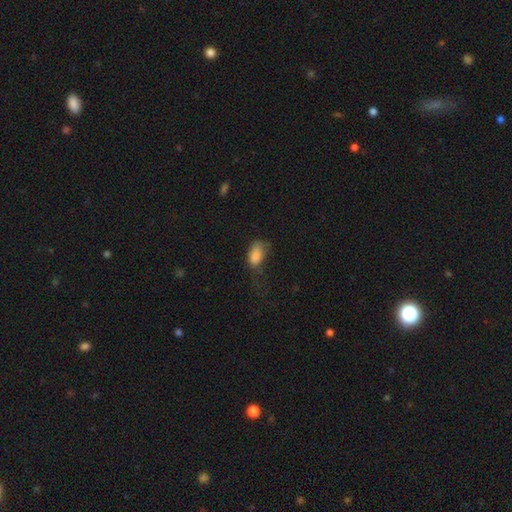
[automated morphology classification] This appears to be a smooth galaxy with no disk features (83%) that is in between round and cigar-shaped (90%). Merging: major disturbance (34%).